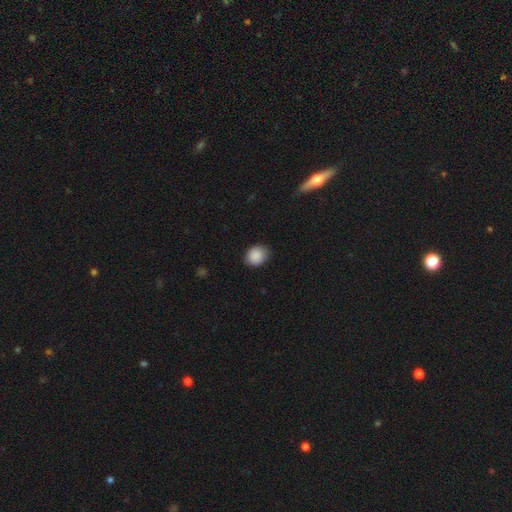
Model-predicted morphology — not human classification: Smooth or featured? smooth (89%)
How rounded? round (61%)
Merging? none (79%)